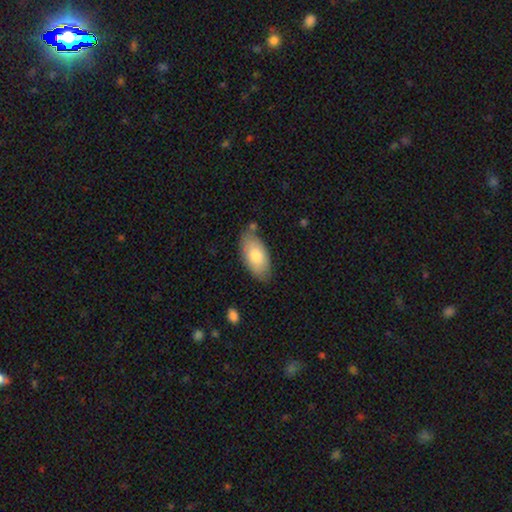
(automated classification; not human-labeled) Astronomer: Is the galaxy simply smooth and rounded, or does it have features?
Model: smooth — 77%.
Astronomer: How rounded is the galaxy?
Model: in between — 93%.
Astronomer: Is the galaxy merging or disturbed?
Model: none — 76%.